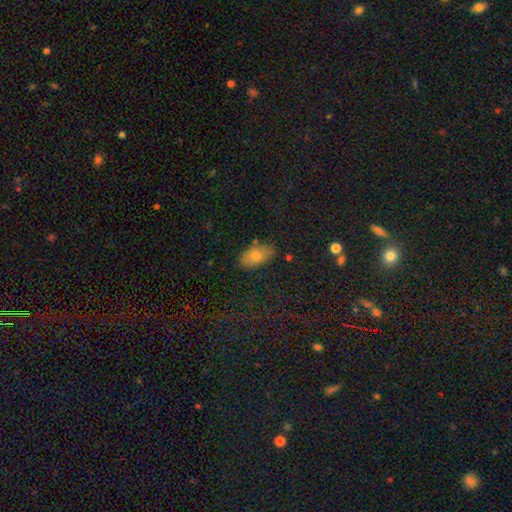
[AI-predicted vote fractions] Morphology: type=smooth (72%); roundness=in between (90%); merging=none (79%).